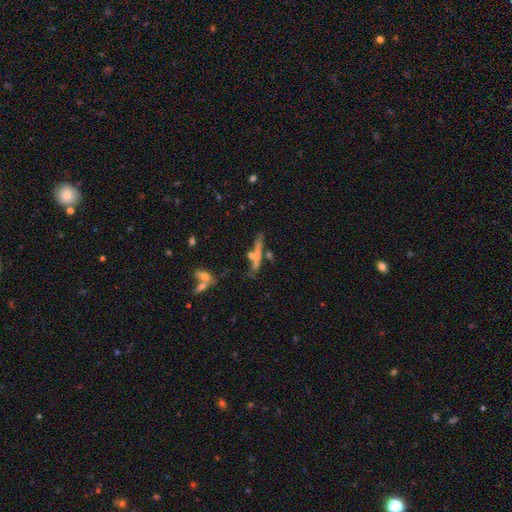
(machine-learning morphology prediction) smooth 47%, featured or disk 43%, star or artifact 11%. Down the decision tree: merging — none (56%).